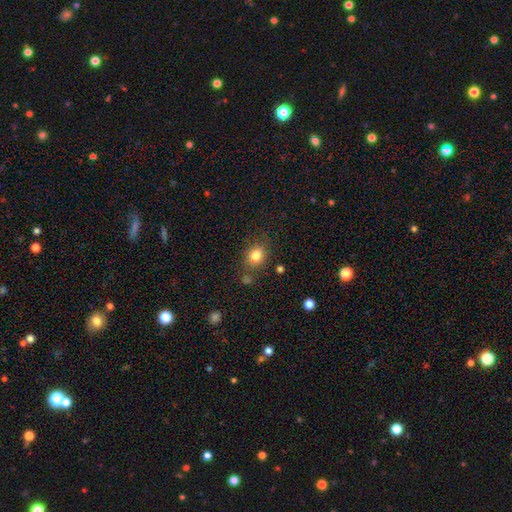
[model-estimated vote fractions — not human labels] The model was most divided on "how rounded": round: 51%, in between: 48%, cigar-shaped: 1%. More confident: smooth or featured — smooth (81%); merging — none (73%).